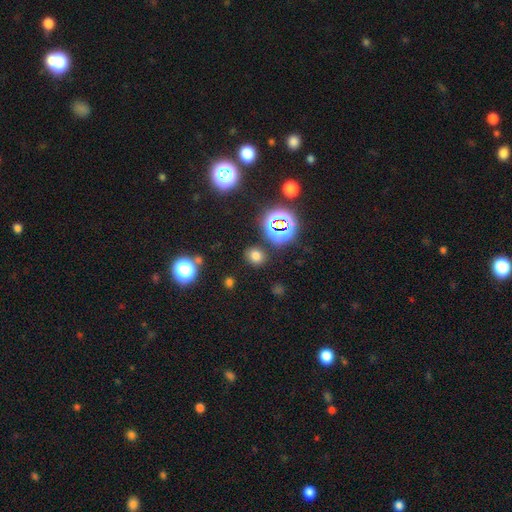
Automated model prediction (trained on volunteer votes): This appears to be a smooth galaxy with no disk features (69%) that is round (63%). Merging: none (85%).